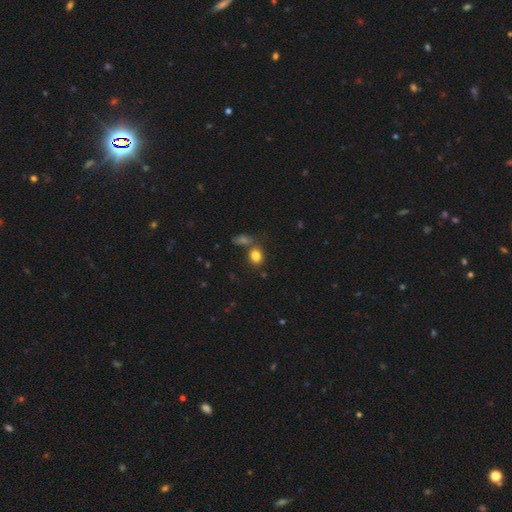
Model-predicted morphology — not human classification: type=smooth (81%); roundness=round (50%); merging=none (66%).